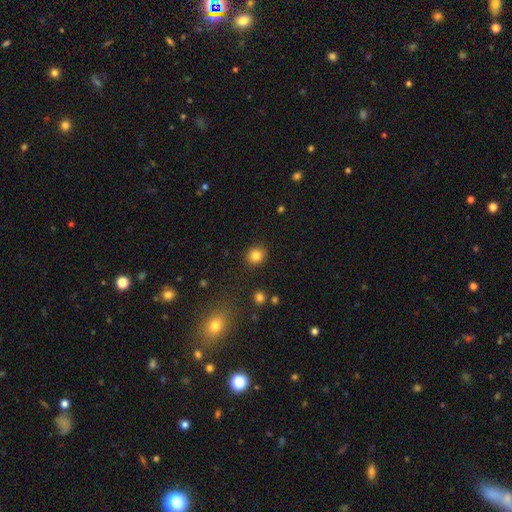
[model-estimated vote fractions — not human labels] Smooth or featured?
  - smooth: 83% *
  - star or artifact: 11%
  - featured or disk: 5%
How rounded?
  - round: 80% *
  - in between: 19%
  - cigar-shaped: 1%
Merging?
  - none: 89% *
  - minor disturbance: 7%
  - major disturbance: 2%
  - merger: 2%